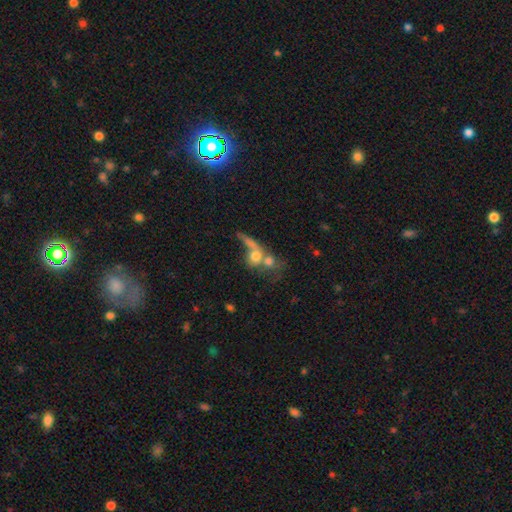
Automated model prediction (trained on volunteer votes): A smooth galaxy with no disk features (48%). Merging: merger (62%).